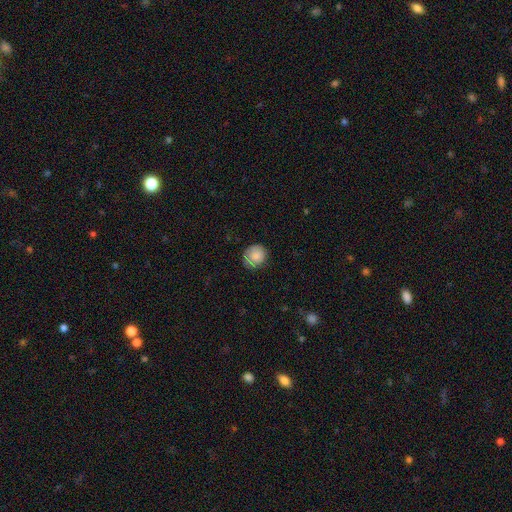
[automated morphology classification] A smooth galaxy with no disk features (80%) that is round (79%).

Vote fractions:
- Smooth or featured? smooth: 80% / featured or disk: 12% / star or artifact: 8%
- How rounded? round: 79% / in between: 20% / cigar-shaped: 1%
- Merging? none: 74% / minor disturbance: 20% / major disturbance: 5% / merger: 1%